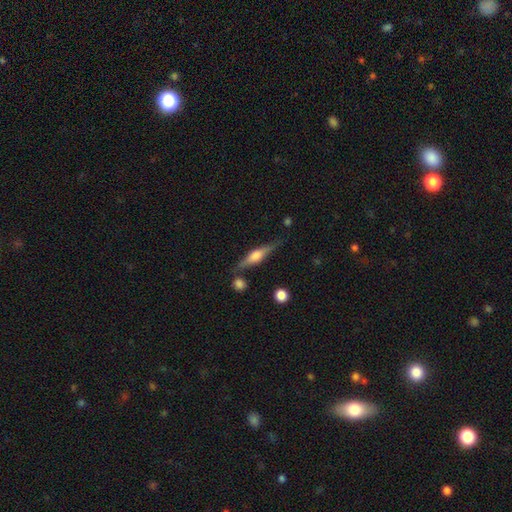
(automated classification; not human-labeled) Smooth or featured: featured or disk — 67% (smooth — 27%)
Edge-on disk: yes — 96% (no — 4%)
Edge-on bulge: rounded — 81% (boxy — 15%)
Merging: none — 77% (minor disturbance — 14%)